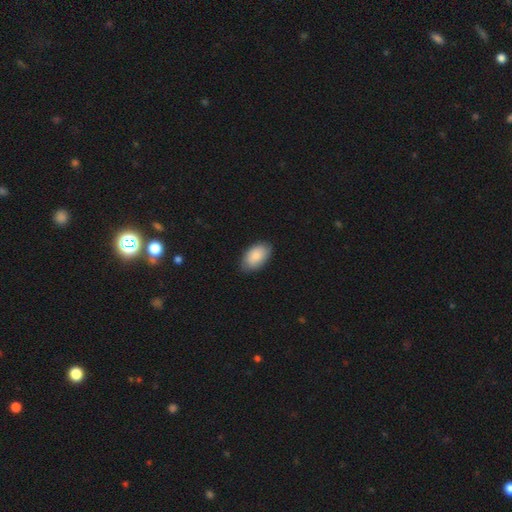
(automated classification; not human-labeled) Smooth or featured?
  - smooth: 88% *
  - featured or disk: 6%
  - star or artifact: 6%
How rounded?
  - in between: 94% *
  - round: 4%
  - cigar-shaped: 1%
Merging?
  - none: 83% *
  - minor disturbance: 14%
  - major disturbance: 2%
  - merger: 1%